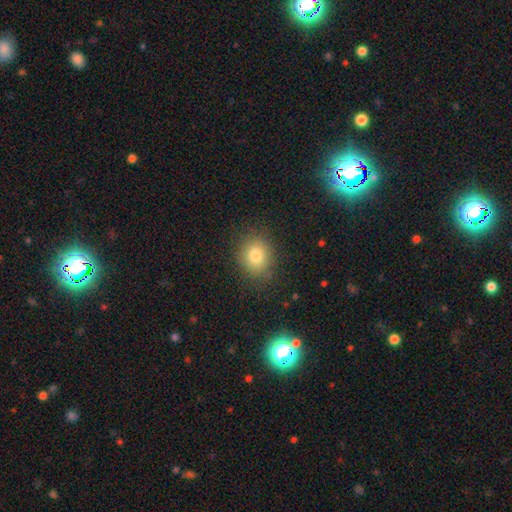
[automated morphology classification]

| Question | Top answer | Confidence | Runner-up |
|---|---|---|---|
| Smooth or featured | smooth | 79% | star or artifact (12%) |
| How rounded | round | 69% | in between (30%) |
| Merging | none | 85% | minor disturbance (10%) |